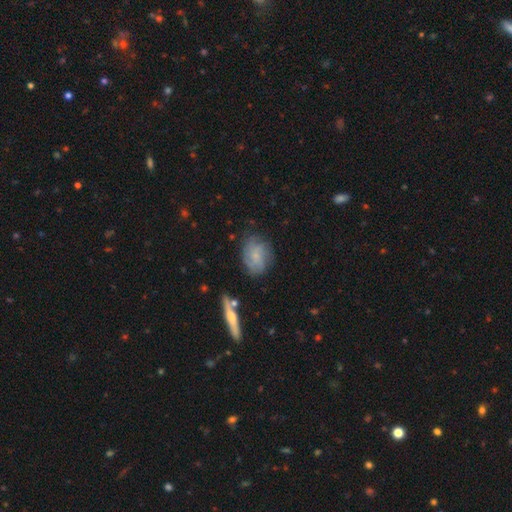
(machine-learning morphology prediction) A featured or disk galaxy (54%).

Vote fractions:
- Smooth or featured? featured or disk: 54% / smooth: 38% / star or artifact: 8%
- Edge-on disk? no: 92% / yes: 8%
- Merging? none: 70% / minor disturbance: 20% / major disturbance: 7% / merger: 3%